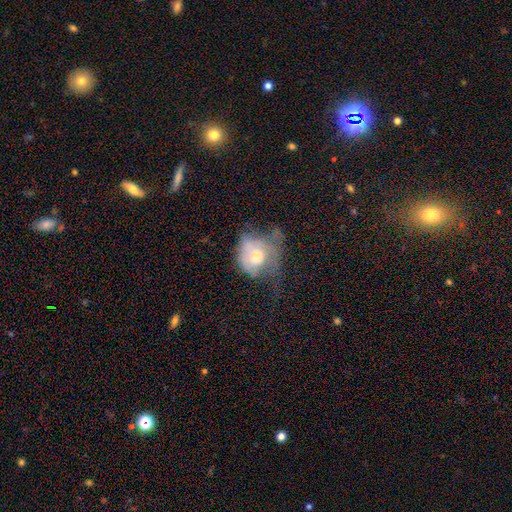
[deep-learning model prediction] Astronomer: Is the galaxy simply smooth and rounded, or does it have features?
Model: smooth — 51% (runner-up: featured or disk, 41%).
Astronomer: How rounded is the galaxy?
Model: round — 67%.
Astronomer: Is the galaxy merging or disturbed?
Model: major disturbance — 45% (runner-up: minor disturbance, 28%).